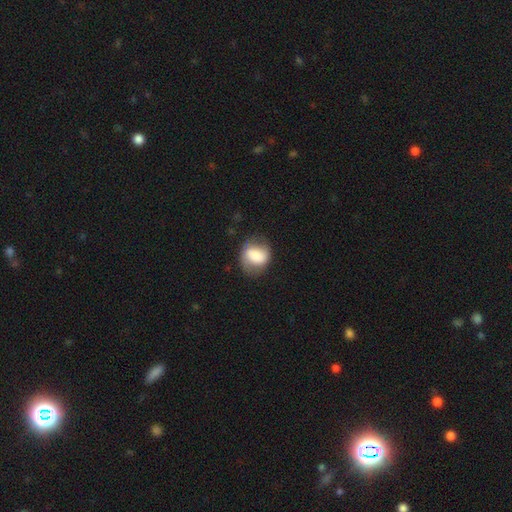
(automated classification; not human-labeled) smooth_or_featured: smooth (p=0.67) [alt: featured or disk p=0.26]
how_rounded: round (p=0.54) [alt: in between p=0.44]
merging: none (p=0.62) [alt: minor disturbance p=0.25]